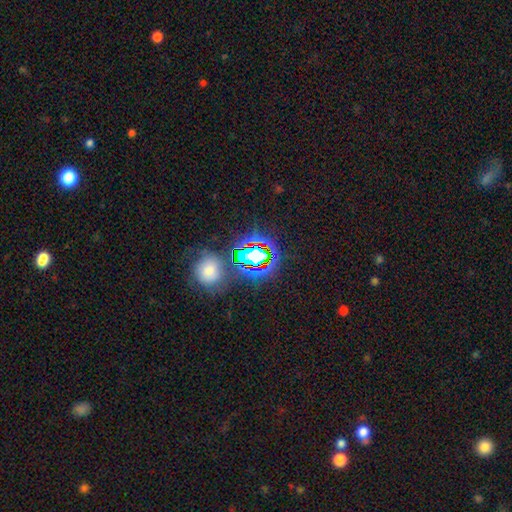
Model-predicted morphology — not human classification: smooth_or_featured: star or artifact (p=0.68) [alt: smooth p=0.21]